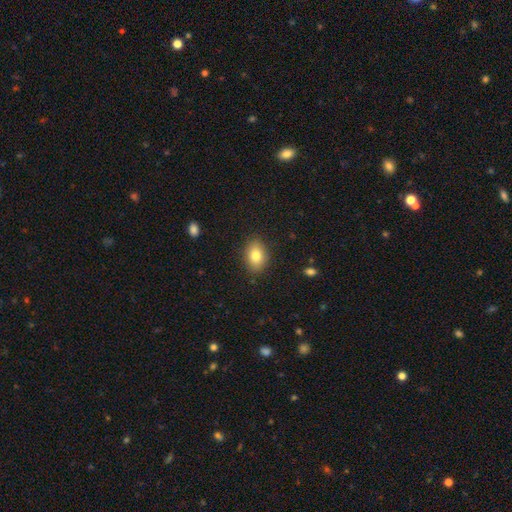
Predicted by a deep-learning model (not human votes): Smooth or featured? Predicted: smooth (p=0.81). How rounded? Predicted: in between (p=0.78). Merging? Predicted: none (p=0.87).